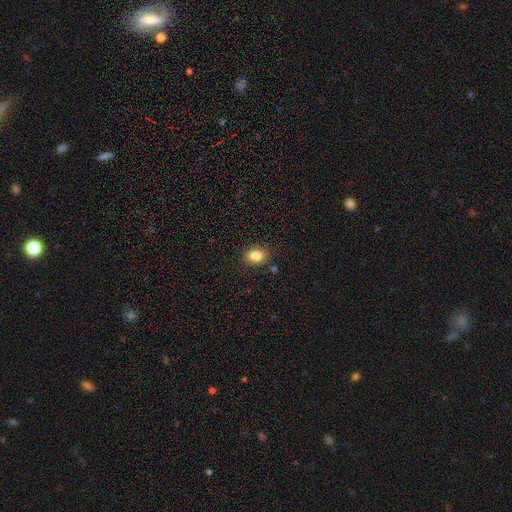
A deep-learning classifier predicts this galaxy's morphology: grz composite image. It shows a smooth galaxy with no disk features (84%) that is in between round and cigar-shaped (56%). Merging: none (87%).